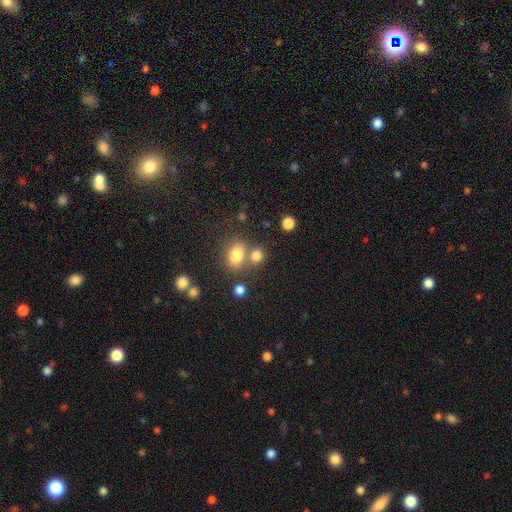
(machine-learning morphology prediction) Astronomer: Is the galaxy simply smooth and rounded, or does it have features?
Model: smooth — 76%.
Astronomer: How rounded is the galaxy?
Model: in between — 59% (runner-up: round, 39%).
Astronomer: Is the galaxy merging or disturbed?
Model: none — 54% (runner-up: merger, 31%).